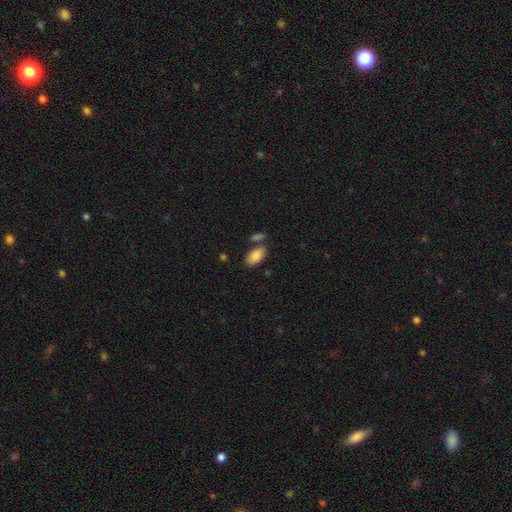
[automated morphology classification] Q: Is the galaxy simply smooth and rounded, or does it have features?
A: smooth — 86%.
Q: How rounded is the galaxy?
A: in between — 94%.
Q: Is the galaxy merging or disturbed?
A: none — 71%.